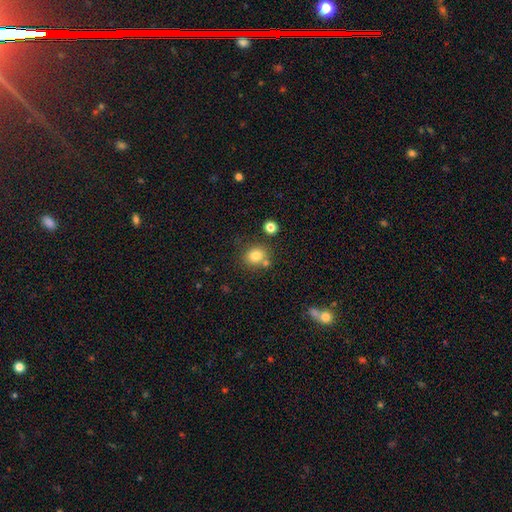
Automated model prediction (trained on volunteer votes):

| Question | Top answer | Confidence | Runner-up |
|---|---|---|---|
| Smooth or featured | smooth | 80% | star or artifact (12%) |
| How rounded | round | 76% | in between (23%) |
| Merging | none | 72% | merger (14%) |